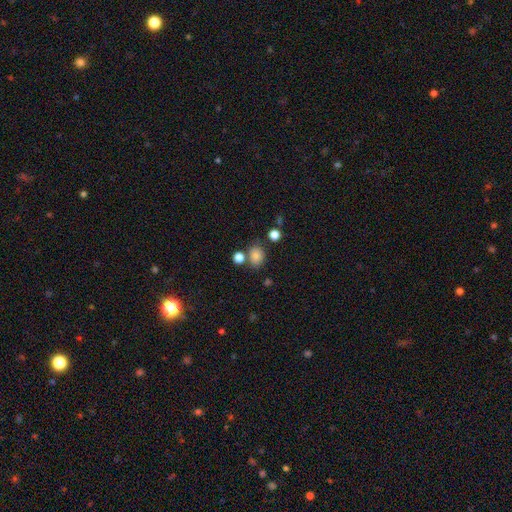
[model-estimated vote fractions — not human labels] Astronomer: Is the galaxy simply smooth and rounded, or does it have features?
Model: smooth — 81%.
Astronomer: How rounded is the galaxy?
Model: round — 54% (runner-up: in between, 45%).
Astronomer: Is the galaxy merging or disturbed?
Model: none — 73%.